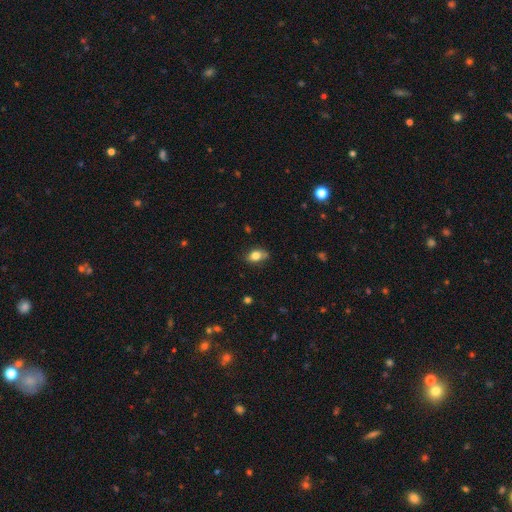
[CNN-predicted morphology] Smooth or featured? smooth (79%)
How rounded? in between (83%)
Merging? none (73%)